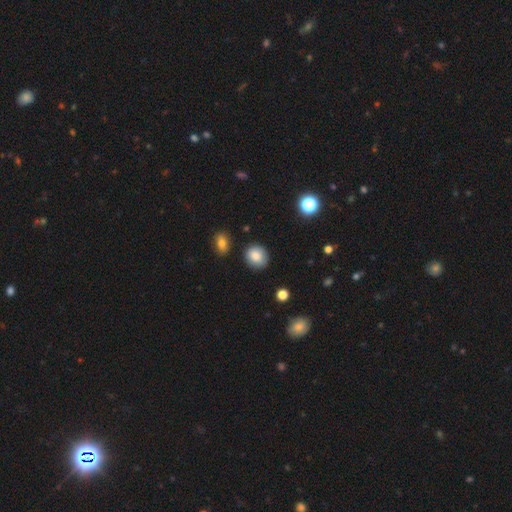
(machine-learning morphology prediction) A smooth galaxy with no disk features (85%) that is round (75%). Merging: none (85%).